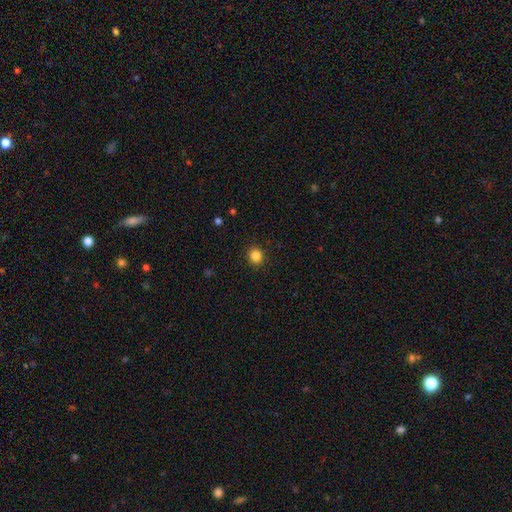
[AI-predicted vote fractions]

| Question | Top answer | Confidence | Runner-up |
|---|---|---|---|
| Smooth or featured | smooth | 85% | star or artifact (11%) |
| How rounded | round | 81% | in between (18%) |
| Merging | none | 91% | minor disturbance (6%) |